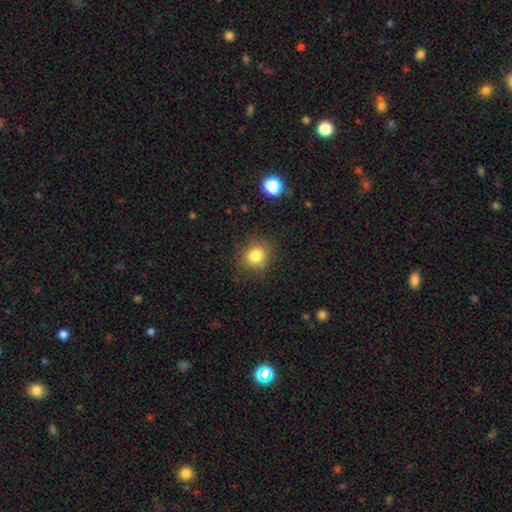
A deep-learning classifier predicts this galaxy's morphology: This appears to be a smooth galaxy with no disk features (81%) that is round (78%). Merging: none (84%).